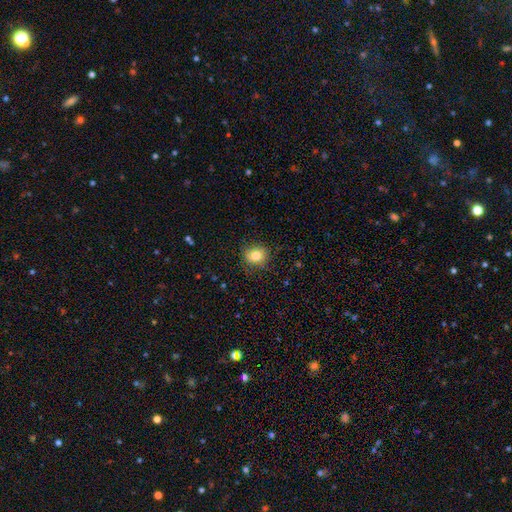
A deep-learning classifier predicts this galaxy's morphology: type=smooth (82%); roundness=round (76%); merging=none (84%).